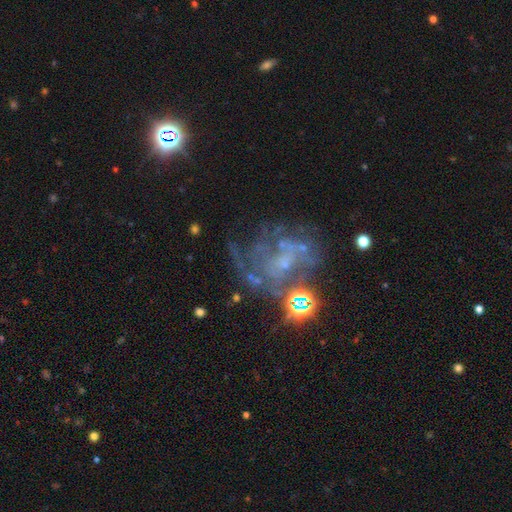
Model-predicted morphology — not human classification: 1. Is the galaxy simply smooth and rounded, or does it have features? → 68% featured or disk, 21% star or artifact, 11% smooth.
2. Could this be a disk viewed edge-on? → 97% no, 3% yes.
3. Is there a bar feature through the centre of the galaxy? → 67% no, 26% weak, 7% strong.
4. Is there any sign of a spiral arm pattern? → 73% yes, 27% no.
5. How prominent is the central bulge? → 56% small, 28% none, 13% moderate, 2% large, 1% dominant.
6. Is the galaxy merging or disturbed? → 47% none, 25% major disturbance, 18% minor disturbance, 11% merger.